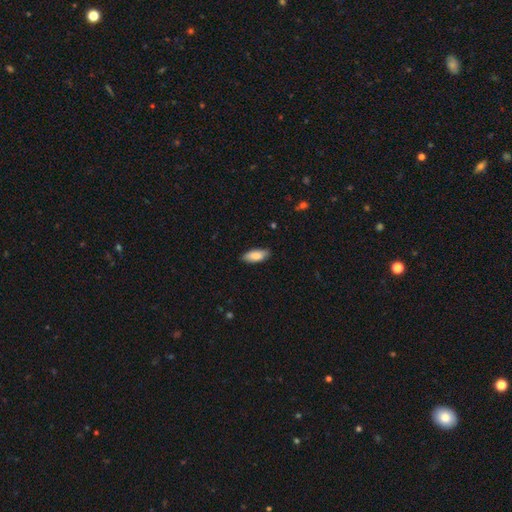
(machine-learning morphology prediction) Smooth or featured? smooth (85%)
How rounded? in between (82%)
Merging? none (85%)